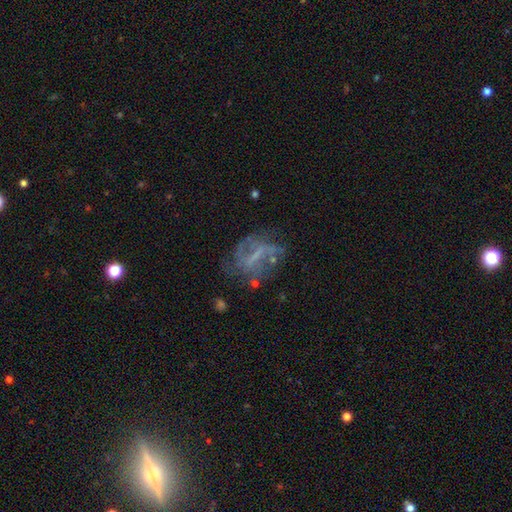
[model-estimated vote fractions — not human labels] This is likely a featured or disk galaxy (66%). It is clearly not viewed edge-on (95%). Bar: marginally weak (38%). Spiral arm pattern: possibly yes (56%). Central bulge: possibly none (57%). Merging: possibly none (51%).